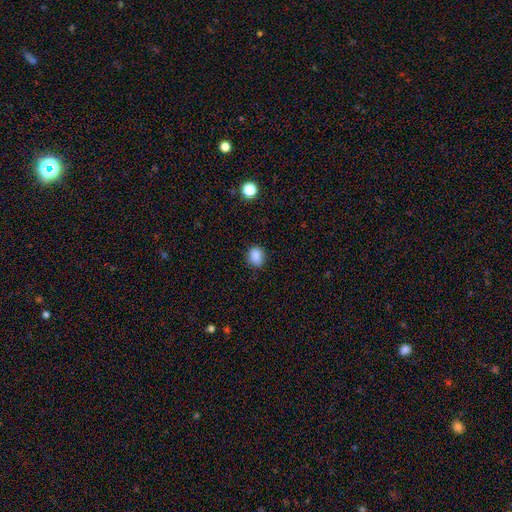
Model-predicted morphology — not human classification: smooth-or-featured: smooth: 86% | star or artifact: 10% | featured or disk: 4%
  how-rounded: round: 60% | in between: 39% | cigar-shaped: 1%
  merging: none: 80% | minor disturbance: 16% | major disturbance: 3% | merger: 1%